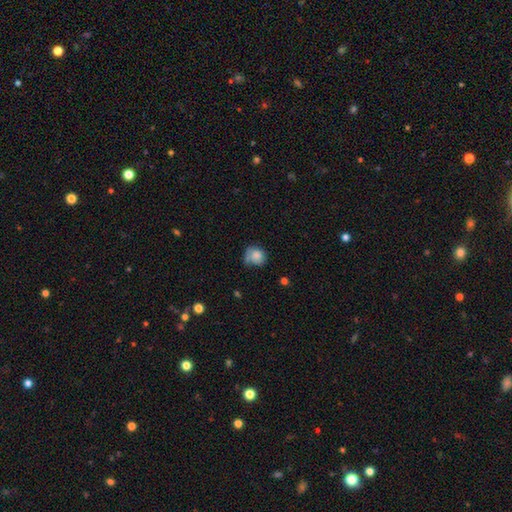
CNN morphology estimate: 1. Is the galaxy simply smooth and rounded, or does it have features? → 77% smooth, 14% featured or disk, 9% star or artifact.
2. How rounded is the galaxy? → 72% round, 27% in between, 1% cigar-shaped.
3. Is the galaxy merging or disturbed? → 47% none, 34% minor disturbance, 14% major disturbance, 6% merger.